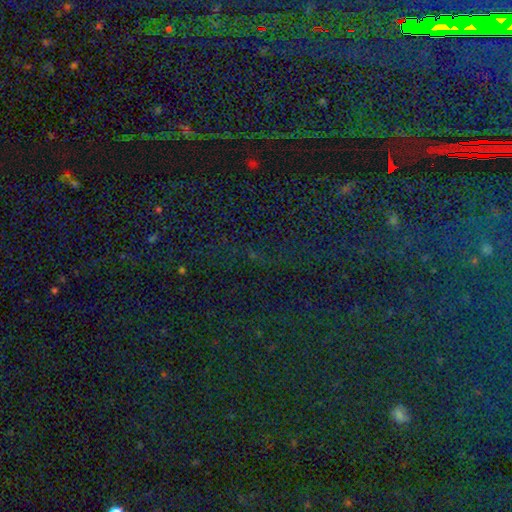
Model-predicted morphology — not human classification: Smooth or featured?
  - star or artifact: 82% *
  - smooth: 10%
  - featured or disk: 8%